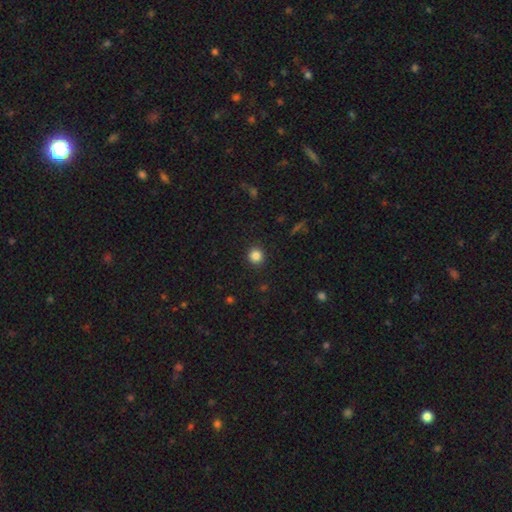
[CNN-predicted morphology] Overall: smooth (84%). How rounded: round (92%). Merging: none (92%).